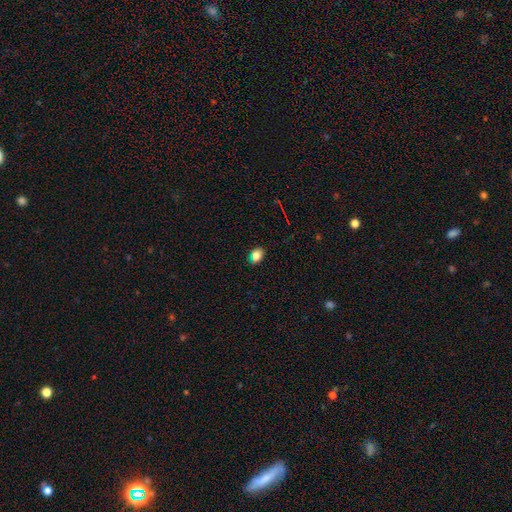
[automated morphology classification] Smooth or featured?
  - smooth: 78% *
  - star or artifact: 15%
  - featured or disk: 7%
How rounded?
  - in between: 73% *
  - round: 25%
  - cigar-shaped: 2%
Merging?
  - none: 82% *
  - minor disturbance: 13%
  - major disturbance: 3%
  - merger: 2%